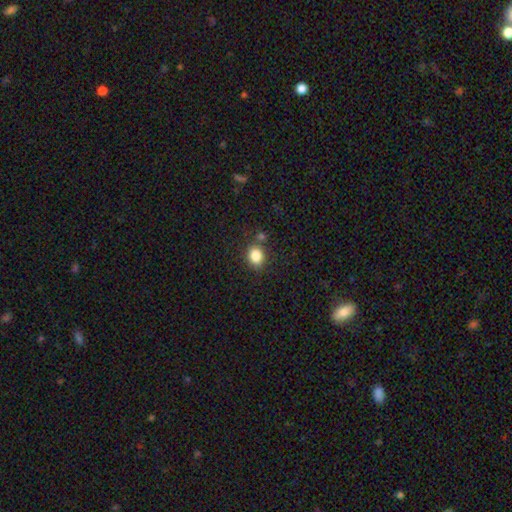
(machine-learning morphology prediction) smooth_or_featured: smooth (p=0.84) [alt: star or artifact p=0.10]
how_rounded: round (p=0.59) [alt: in between p=0.40]
merging: none (p=0.76) [alt: minor disturbance p=0.11]